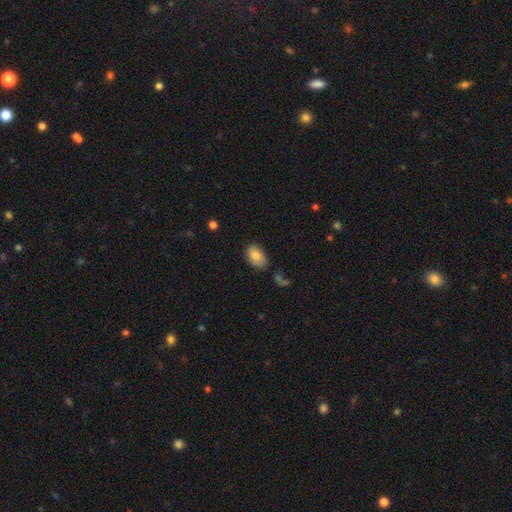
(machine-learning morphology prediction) This is clearly a smooth galaxy (82%). How rounded: clearly in between (91%). Merging: likely none (77%).